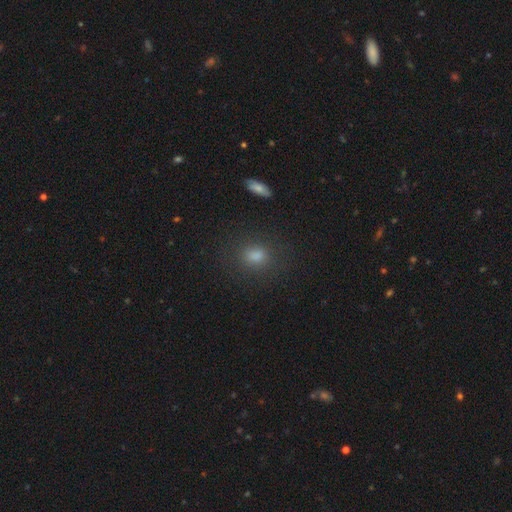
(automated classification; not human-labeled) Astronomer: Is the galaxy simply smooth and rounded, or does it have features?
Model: smooth — 75%.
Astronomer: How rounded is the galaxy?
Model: round — 51% (runner-up: in between, 46%).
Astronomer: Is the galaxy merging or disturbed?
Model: none — 84%.